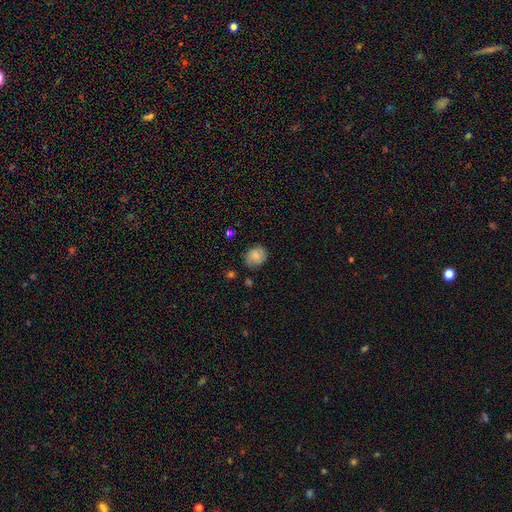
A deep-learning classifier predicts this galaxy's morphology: A smooth galaxy with no disk features (69%) that is round (67%).

Vote fractions:
- Smooth or featured? smooth: 69% / featured or disk: 22% / star or artifact: 9%
- How rounded? round: 67% / in between: 31% / cigar-shaped: 1%
- Merging? none: 76% / minor disturbance: 18% / major disturbance: 4% / merger: 2%